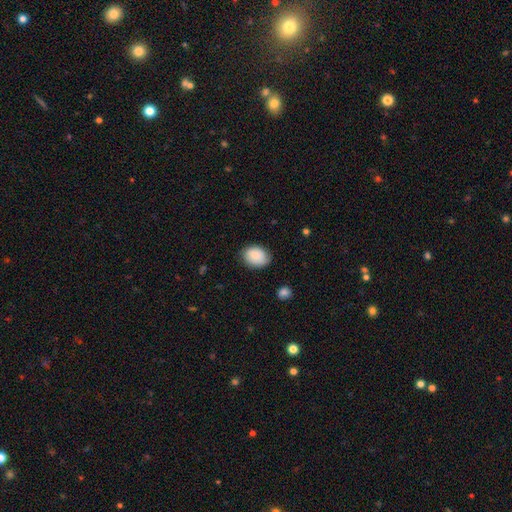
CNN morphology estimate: A smooth galaxy with no disk features (86%) that is in between round and cigar-shaped (68%).

Vote fractions:
- Smooth or featured? smooth: 86% / featured or disk: 7% / star or artifact: 7%
- How rounded? in between: 68% / round: 31% / cigar-shaped: 1%
- Merging? none: 77% / minor disturbance: 18% / major disturbance: 4% / merger: 1%